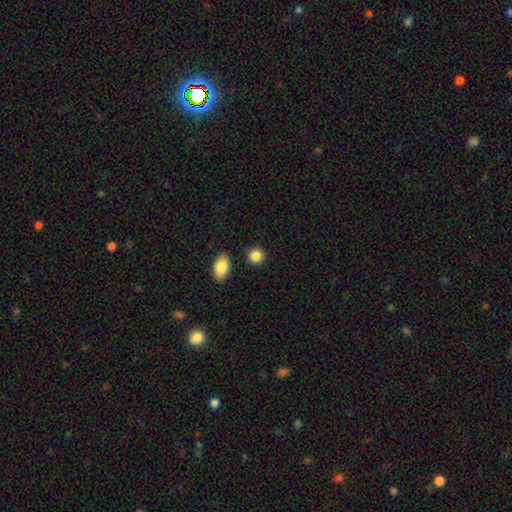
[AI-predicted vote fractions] Q: Smooth or featured?
A: smooth (88%); runner-up: star or artifact (8%)
Q: How rounded?
A: round (85%); runner-up: in between (14%)
Q: Merging?
A: none (87%); runner-up: minor disturbance (7%)